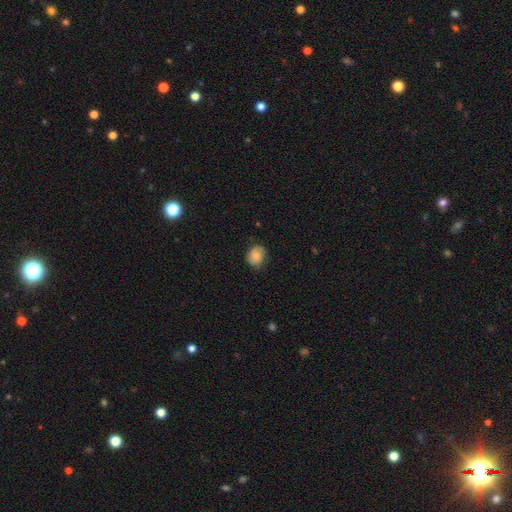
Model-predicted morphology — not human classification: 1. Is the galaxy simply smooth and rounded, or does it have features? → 73% smooth, 18% featured or disk, 9% star or artifact.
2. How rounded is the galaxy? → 65% round, 34% in between, 1% cigar-shaped.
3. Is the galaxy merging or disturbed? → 74% none, 21% minor disturbance, 5% major disturbance, 1% merger.